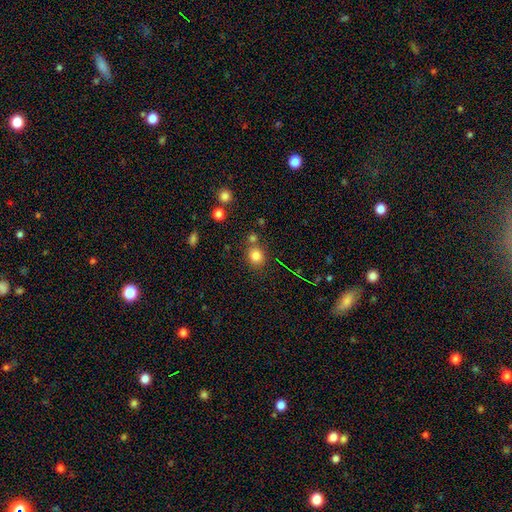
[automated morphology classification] smooth_or_featured: smooth (p=0.81) [alt: star or artifact p=0.13]
how_rounded: round (p=0.80) [alt: in between p=0.19]
merging: none (p=0.73) [alt: merger p=0.13]